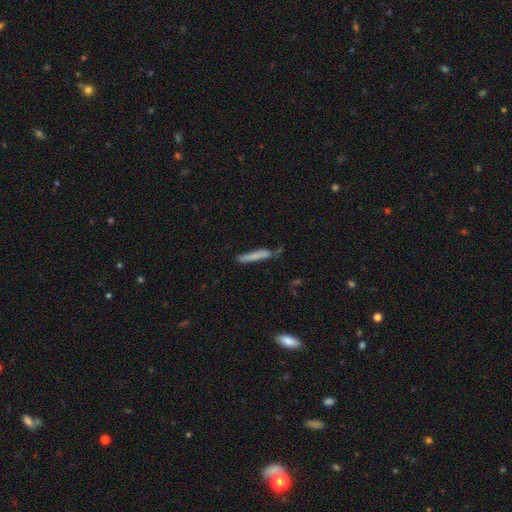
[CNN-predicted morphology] Smooth or featured? smooth (71%)
How rounded? cigar-shaped (93%)
Merging? none (63%)